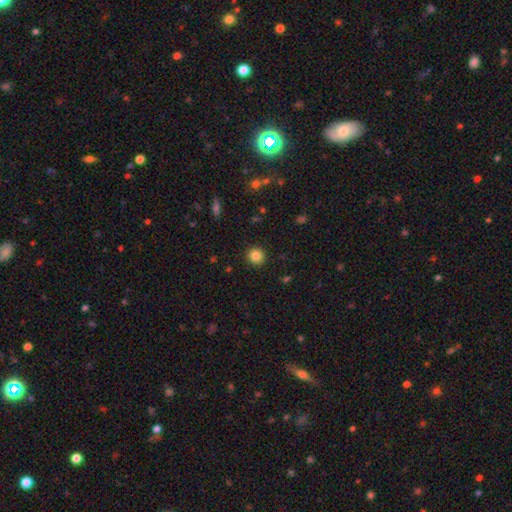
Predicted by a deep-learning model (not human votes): Smooth or featured? Predicted: smooth (p=0.84). How rounded? Predicted: round (p=0.93). Merging? Predicted: none (p=0.92).